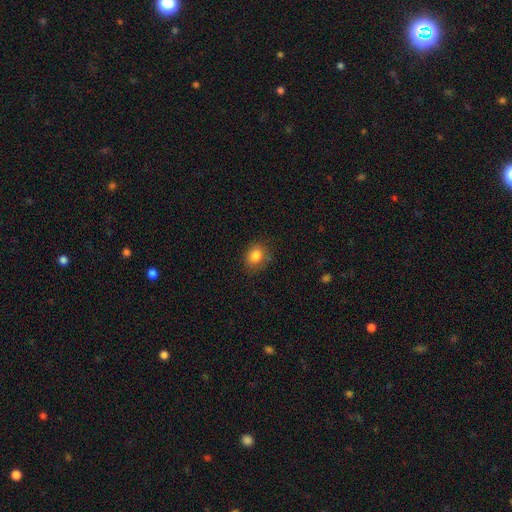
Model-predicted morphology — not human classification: This appears to be a smooth galaxy with no disk features (83%) that is round (58%). Merging: none (78%).